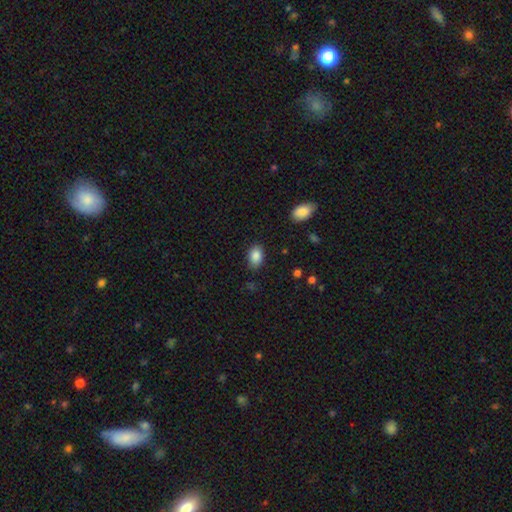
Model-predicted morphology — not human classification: This is clearly a smooth galaxy (87%). How rounded: clearly in between (86%). Merging: clearly none (81%).